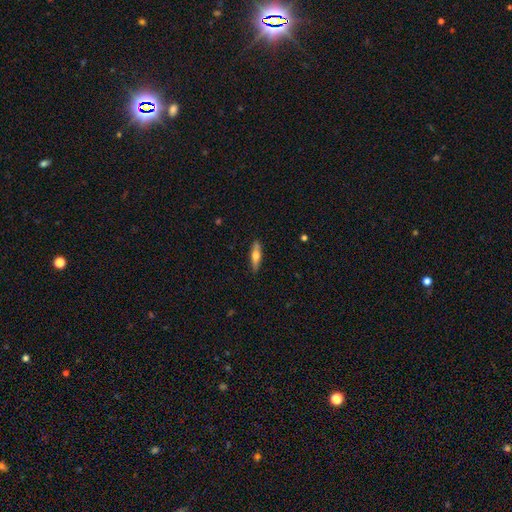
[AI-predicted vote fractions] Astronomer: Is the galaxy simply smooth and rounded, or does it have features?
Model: smooth — 54% (runner-up: featured or disk, 40%).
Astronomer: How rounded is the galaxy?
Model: cigar-shaped — 71%.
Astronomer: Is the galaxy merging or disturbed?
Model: none — 87%.